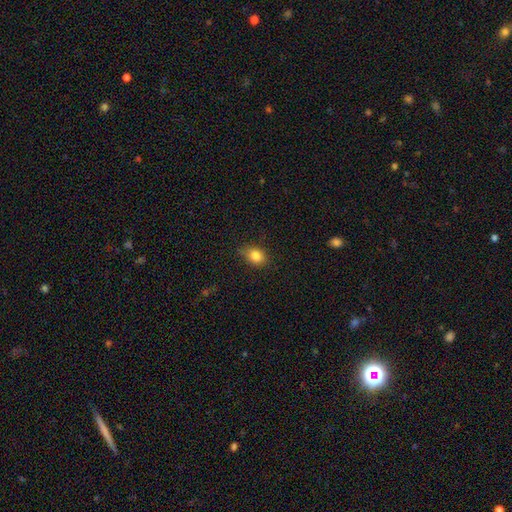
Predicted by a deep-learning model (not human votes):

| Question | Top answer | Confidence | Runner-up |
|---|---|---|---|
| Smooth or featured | smooth | 83% | star or artifact (10%) |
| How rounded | in between | 57% | round (41%) |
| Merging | none | 72% | minor disturbance (22%) |